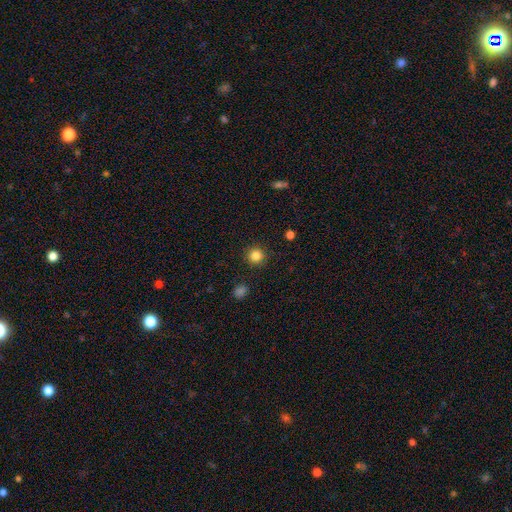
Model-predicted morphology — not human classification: The model was most divided on "smooth or featured": smooth: 84%, star or artifact: 11%, featured or disk: 5%. More confident: how rounded — round (95%); merging — none (92%).